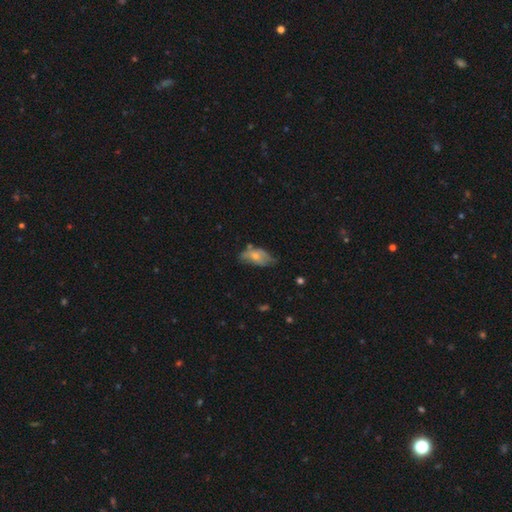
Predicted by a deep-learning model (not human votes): Morphology: type=smooth (61%); roundness=in between (91%); merging=minor disturbance (40%).